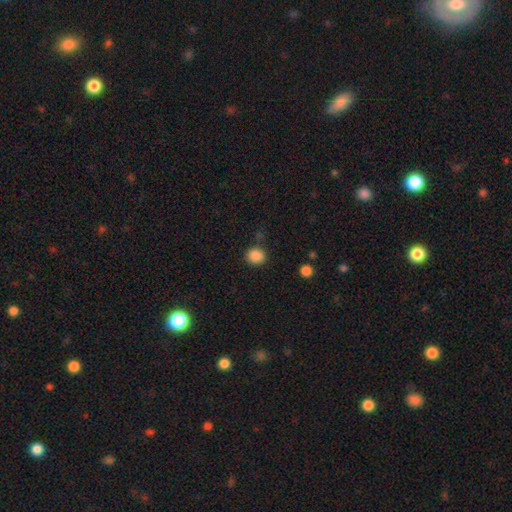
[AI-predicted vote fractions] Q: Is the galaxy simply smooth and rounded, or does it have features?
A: smooth — 87%.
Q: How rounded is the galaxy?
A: round — 80%.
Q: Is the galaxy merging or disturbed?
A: none — 83%.